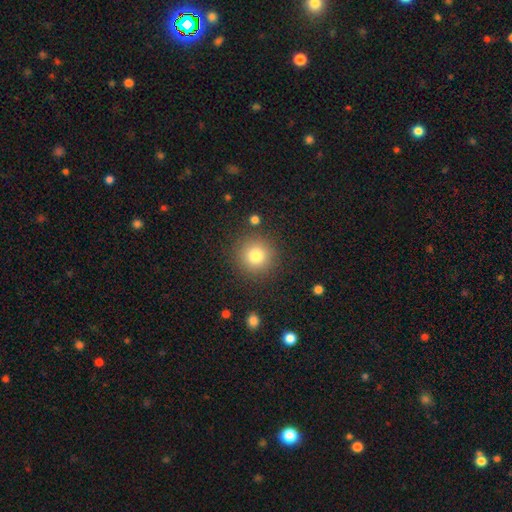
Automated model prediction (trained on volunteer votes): Smooth or featured?
  - smooth: 79% *
  - star or artifact: 12%
  - featured or disk: 9%
How rounded?
  - round: 95% *
  - in between: 4%
  - cigar-shaped: 1%
Merging?
  - none: 88% *
  - minor disturbance: 7%
  - major disturbance: 3%
  - merger: 2%